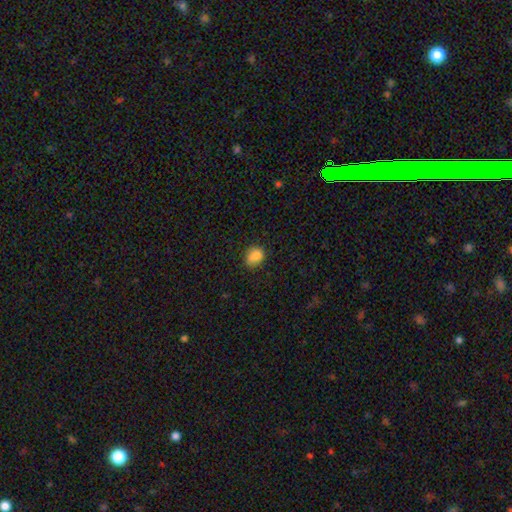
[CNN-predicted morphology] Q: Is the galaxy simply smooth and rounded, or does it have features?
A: smooth — 82%.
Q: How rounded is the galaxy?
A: round — 54%.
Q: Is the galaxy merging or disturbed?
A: none — 66%.